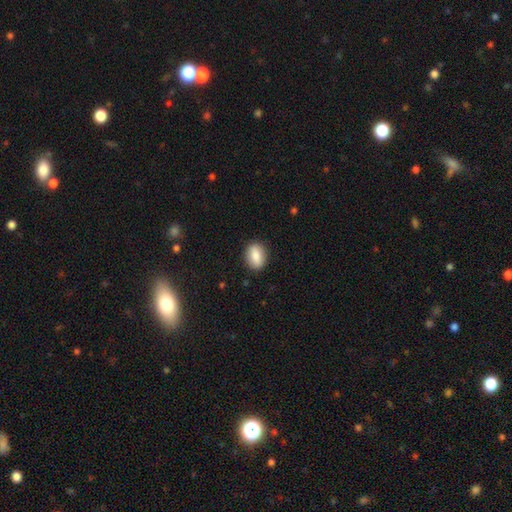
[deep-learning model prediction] Smooth or featured? Predicted: smooth (p=0.83). How rounded? Predicted: in between (p=0.76). Merging? Predicted: none (p=0.88).